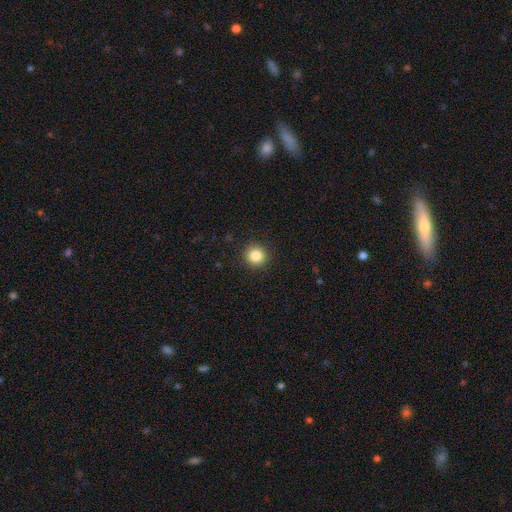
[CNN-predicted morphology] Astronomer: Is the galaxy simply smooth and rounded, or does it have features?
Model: smooth — 84%.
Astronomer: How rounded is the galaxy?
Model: round — 95%.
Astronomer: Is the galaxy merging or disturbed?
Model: none — 92%.